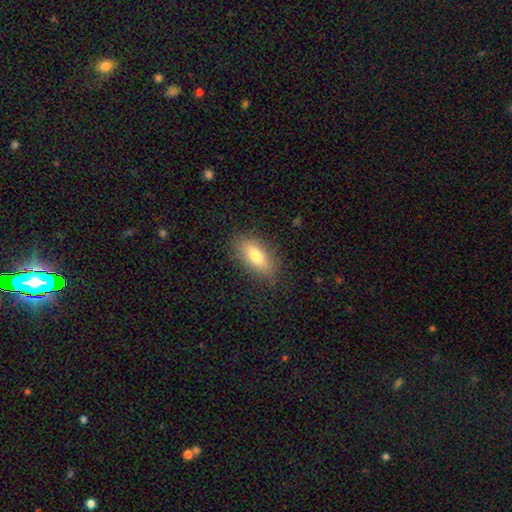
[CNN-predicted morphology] smooth 76%, featured or disk 16%, star or artifact 8%. Down the decision tree: how rounded — in between (81%); merging — none (85%).